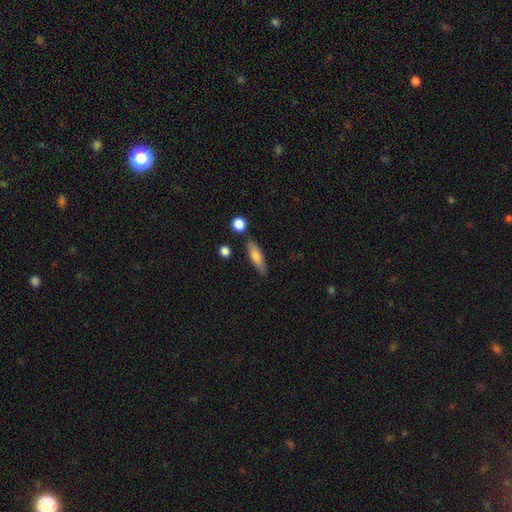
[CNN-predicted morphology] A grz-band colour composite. It shows a smooth galaxy with no disk features (76%) that is cigar-shaped (49%, tied with in between). Merging: none (81%).